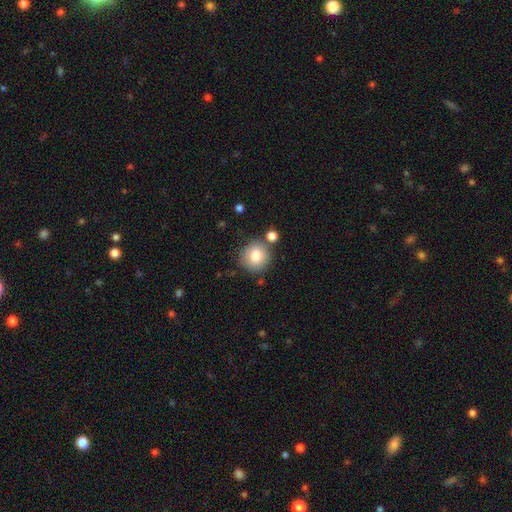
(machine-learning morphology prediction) smooth 82%, featured or disk 9%, star or artifact 9%. Down the decision tree: how rounded — round (91%); merging — none (76%).